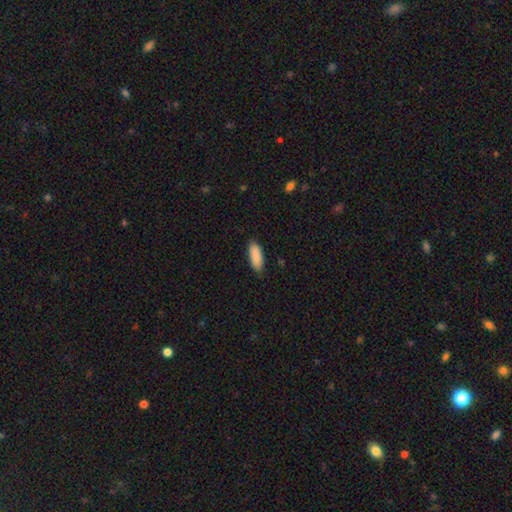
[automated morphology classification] This appears to be a smooth galaxy with no disk features (90%) that is in between round and cigar-shaped (73%). Merging: none (86%).